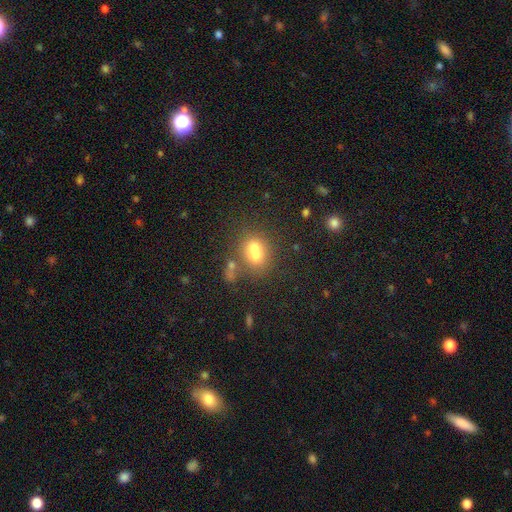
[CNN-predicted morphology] Overall: smooth (65%). How rounded: in between (53%; round 45%). Merging: merger (51%; none 32%).